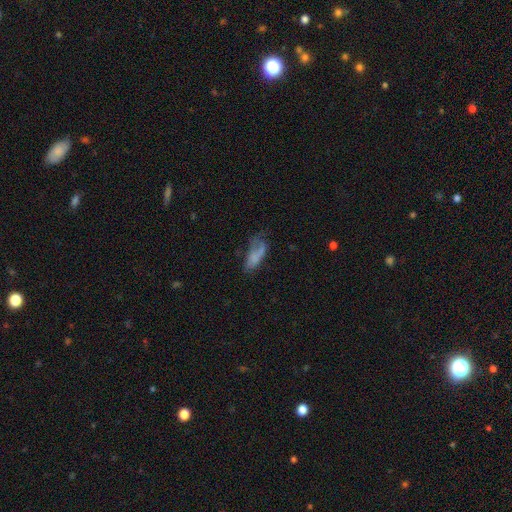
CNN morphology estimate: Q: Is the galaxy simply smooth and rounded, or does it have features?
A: smooth — 59%.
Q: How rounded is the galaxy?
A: in between — 77%.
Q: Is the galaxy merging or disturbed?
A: major disturbance — 37%.